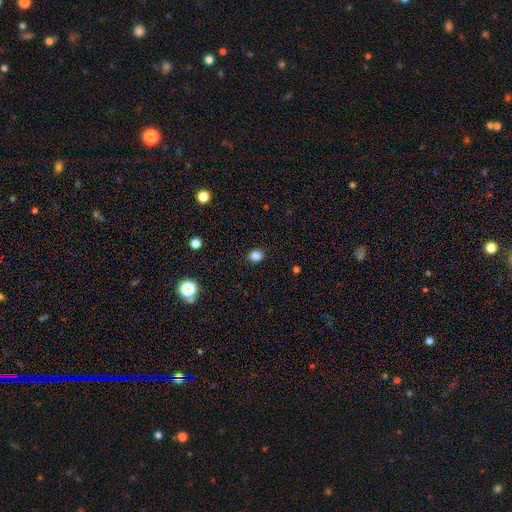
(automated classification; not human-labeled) smooth 83%, star or artifact 13%, featured or disk 4%. Down the decision tree: how rounded — round (69%); merging — none (90%).